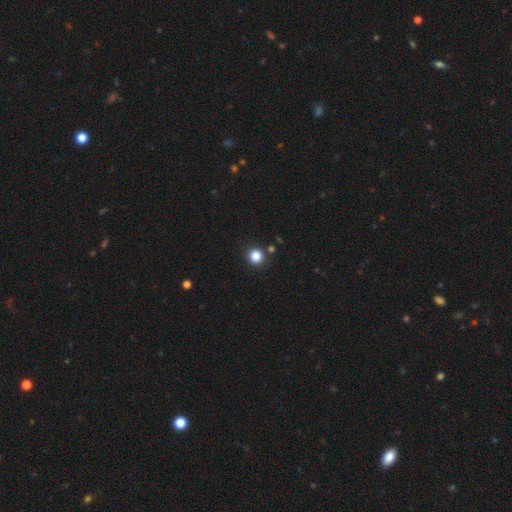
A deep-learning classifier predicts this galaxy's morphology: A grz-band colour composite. It shows a smooth galaxy with no disk features (84%) that is round (93%). Merging: none (88%).